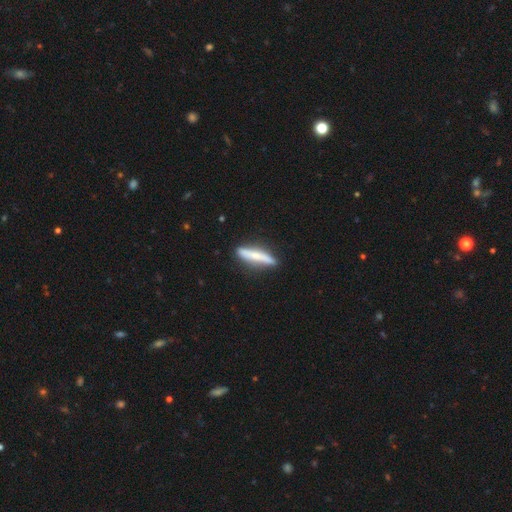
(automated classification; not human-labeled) Smooth or featured: smooth — 58% (featured or disk — 37%)
How rounded: cigar-shaped — 90% (in between — 8%)
Merging: none — 83% (minor disturbance — 13%)